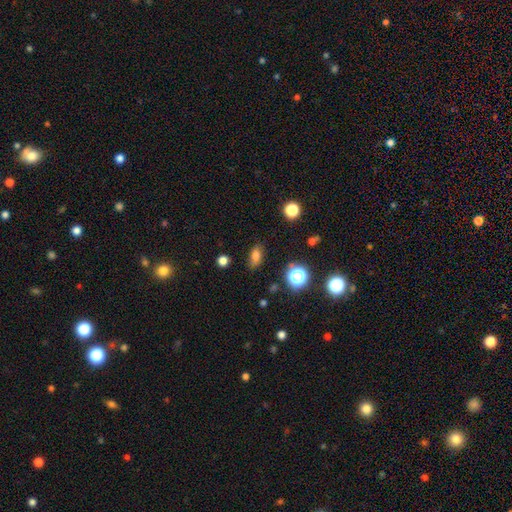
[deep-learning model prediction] Morphology: type=smooth (75%); roundness=in between (80%); merging=none (80%).